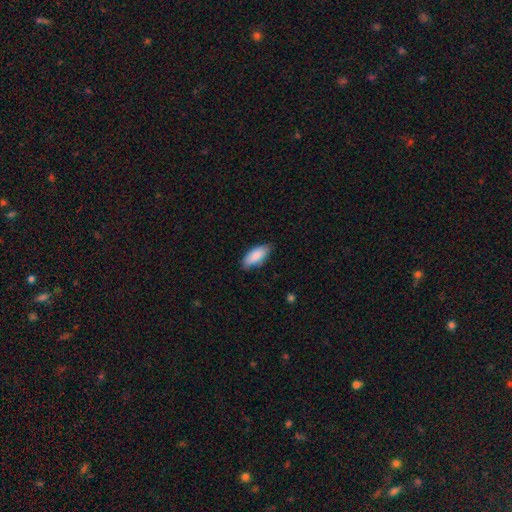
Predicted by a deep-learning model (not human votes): Smooth or featured? smooth (87%)
How rounded? in between (86%)
Merging? none (79%)